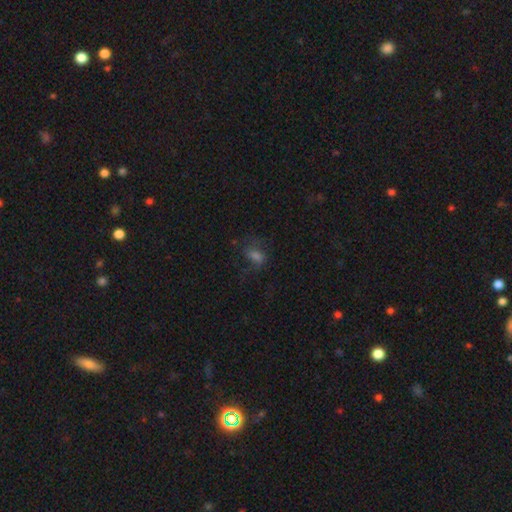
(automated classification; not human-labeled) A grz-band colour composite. It shows a smooth galaxy with no disk features (47%). Merging: none (54%).